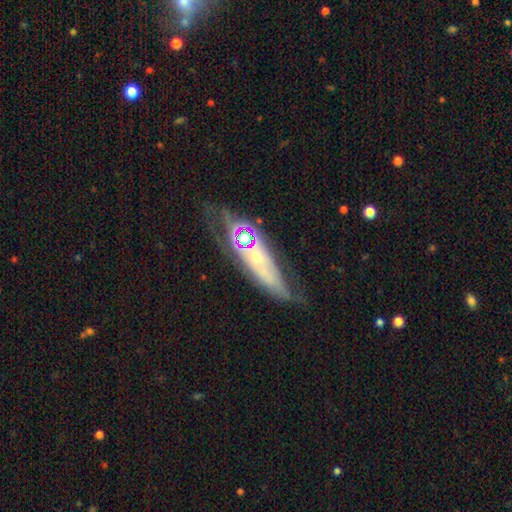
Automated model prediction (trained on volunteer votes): Smooth or featured? featured or disk (62%)
Edge-on disk? no (69%)
Merging? none (53%)